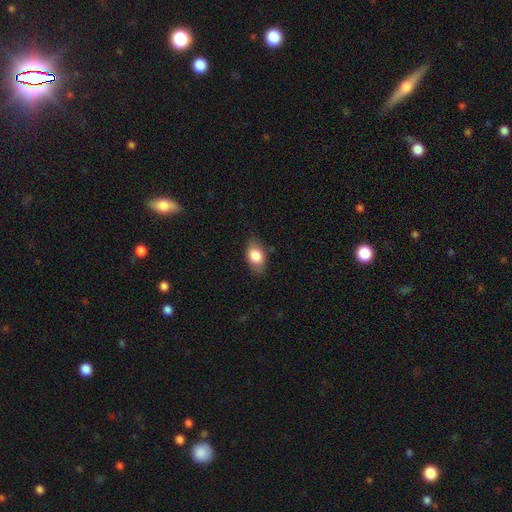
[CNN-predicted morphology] This appears to be a smooth galaxy with no disk features (81%) that is in between round and cigar-shaped (88%). Merging: none (79%).